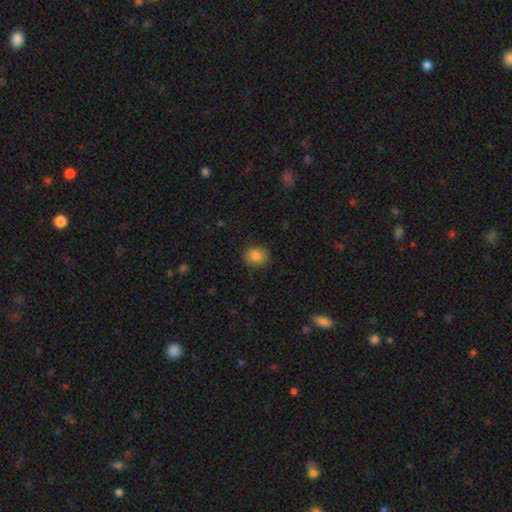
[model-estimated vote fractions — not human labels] This is clearly a smooth galaxy (85%). How rounded: likely round (72%). Merging: clearly none (83%).